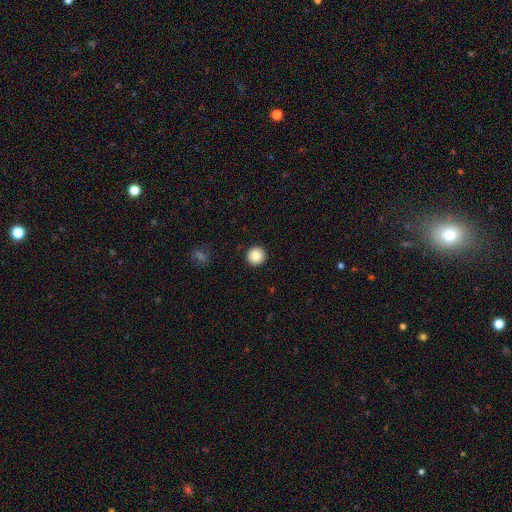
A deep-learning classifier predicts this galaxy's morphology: Smooth or featured? smooth (87%)
How rounded? round (96%)
Merging? none (93%)